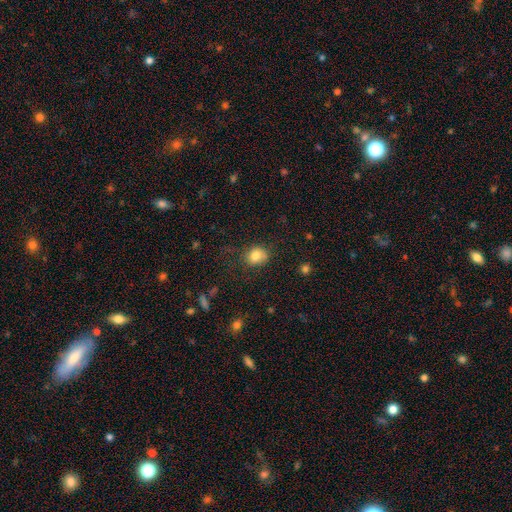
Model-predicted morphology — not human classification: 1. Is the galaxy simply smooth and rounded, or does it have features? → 81% smooth, 11% star or artifact, 8% featured or disk.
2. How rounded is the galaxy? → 63% round, 36% in between, 1% cigar-shaped.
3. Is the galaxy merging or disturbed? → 66% none, 22% minor disturbance, 10% major disturbance, 2% merger.